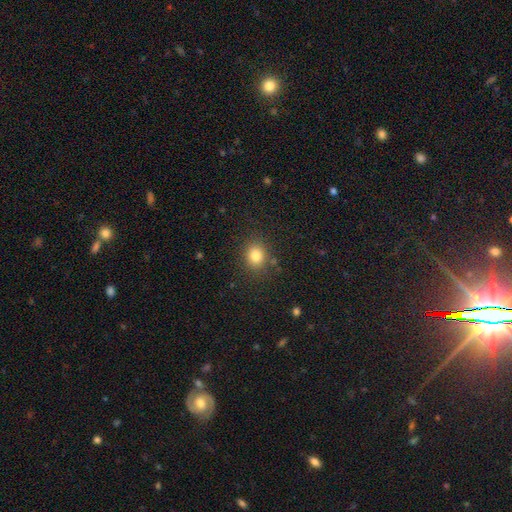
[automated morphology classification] smooth 82%, star or artifact 12%, featured or disk 6%. Down the decision tree: how rounded — round (67%); merging — none (84%).